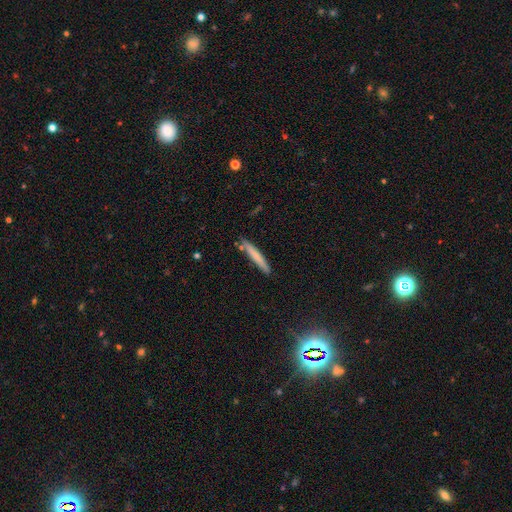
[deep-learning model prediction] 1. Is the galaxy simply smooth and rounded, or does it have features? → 71% smooth, 22% featured or disk, 6% star or artifact.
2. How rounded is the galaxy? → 95% cigar-shaped, 3% in between, 1% round.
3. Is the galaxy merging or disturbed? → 86% none, 9% minor disturbance, 3% merger, 2% major disturbance.